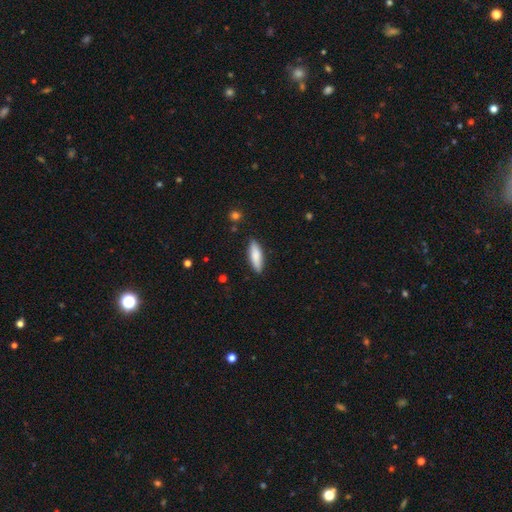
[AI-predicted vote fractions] smooth 82%, featured or disk 12%, star or artifact 6%. Down the decision tree: how rounded — cigar-shaped (49%, tied with in between); merging — none (87%).